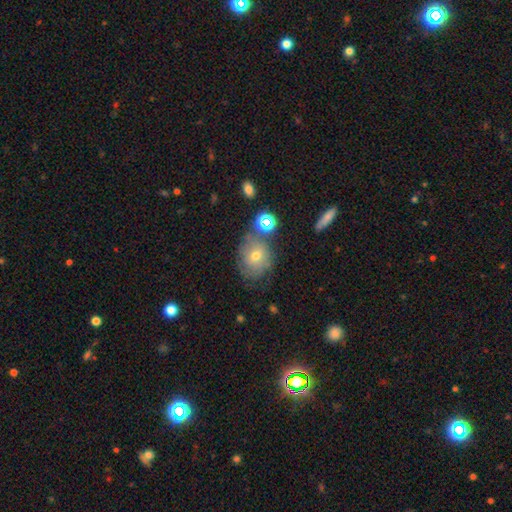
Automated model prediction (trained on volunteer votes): Q: Smooth or featured?
A: smooth (63%); runner-up: featured or disk (23%)
Q: How rounded?
A: round (66%); runner-up: in between (33%)
Q: Merging?
A: none (61%); runner-up: minor disturbance (20%)